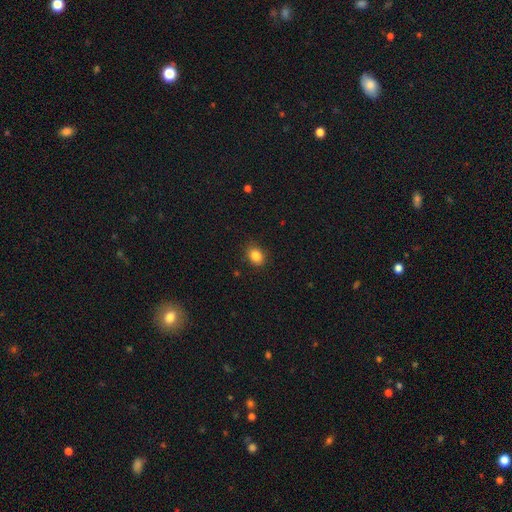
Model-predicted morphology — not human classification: Smooth or featured: smooth — 86% (star or artifact — 10%)
How rounded: in between — 65% (round — 34%)
Merging: none — 86% (minor disturbance — 10%)